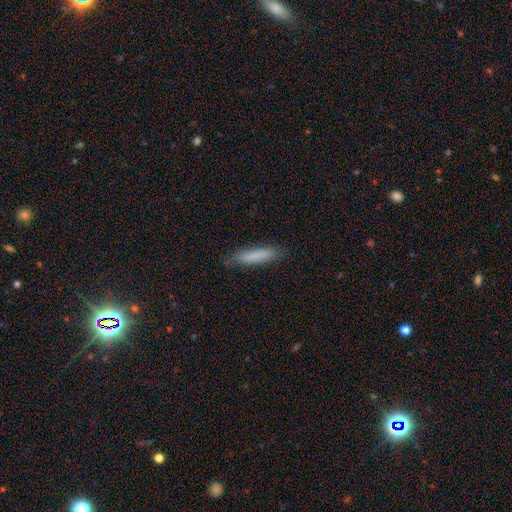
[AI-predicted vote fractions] This appears to be a smooth galaxy with no disk features (81%) that is cigar-shaped (85%). Merging: none (81%).